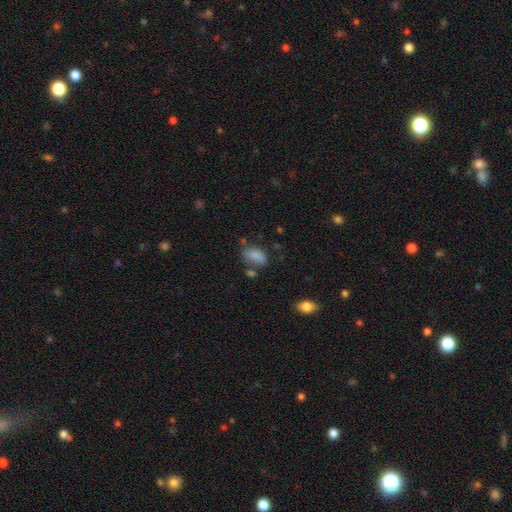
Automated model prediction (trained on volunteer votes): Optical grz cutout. It shows a smooth galaxy with no disk features (84%) that is in between round and cigar-shaped (90%). Merging: none (60%).